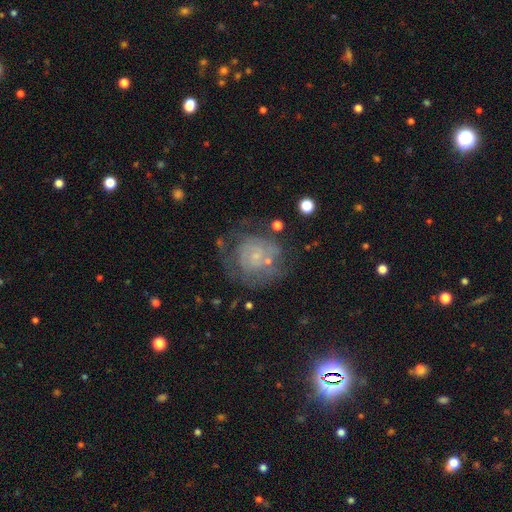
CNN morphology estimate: A featured or disk galaxy (62%) with no bar (76%), spiral arms (69%) and a small central bulge (73%). Merging: none (52%).